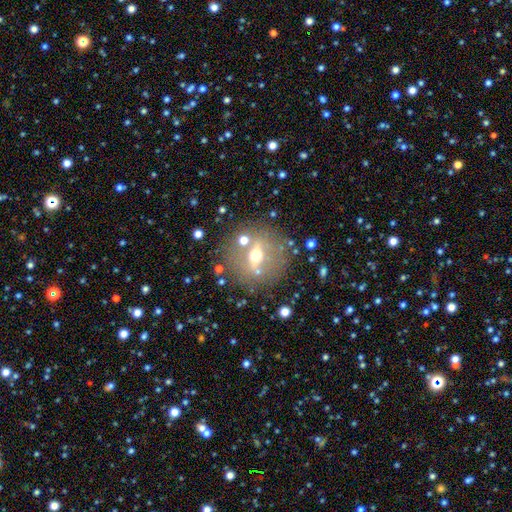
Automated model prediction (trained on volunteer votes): A featured or disk galaxy (53%). Merging: none (78%).